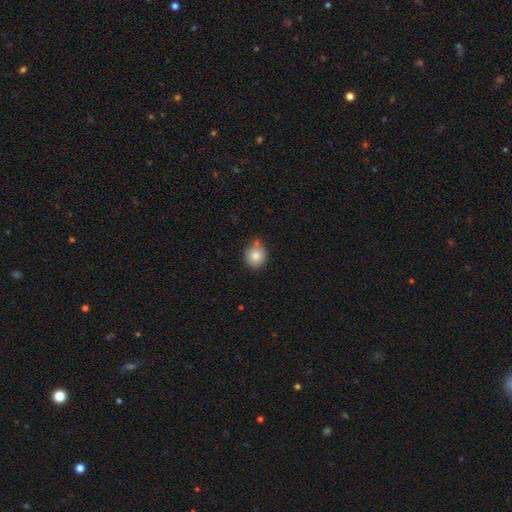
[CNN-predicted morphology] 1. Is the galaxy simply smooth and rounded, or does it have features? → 82% smooth, 10% star or artifact, 9% featured or disk.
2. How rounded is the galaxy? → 82% round, 17% in between, 1% cigar-shaped.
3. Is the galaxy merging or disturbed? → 65% none, 20% minor disturbance, 11% merger, 4% major disturbance.